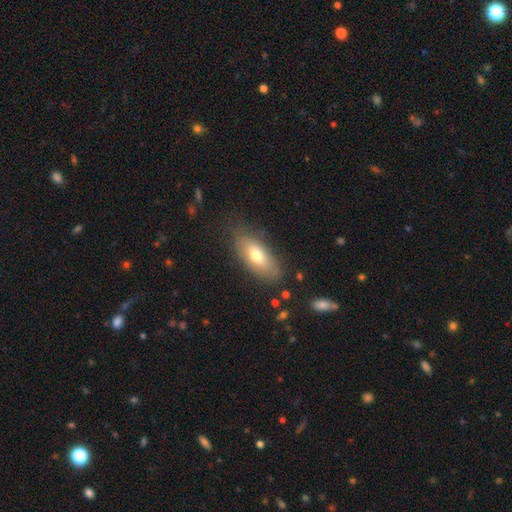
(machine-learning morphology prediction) Smooth or featured: smooth — 71% (featured or disk — 21%)
How rounded: in between — 83% (cigar-shaped — 13%)
Merging: none — 76% (minor disturbance — 17%)